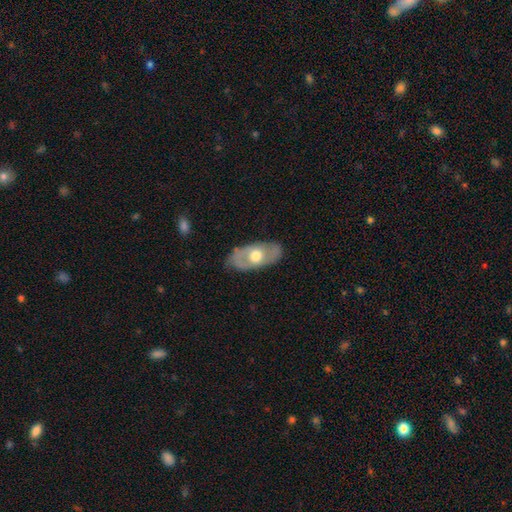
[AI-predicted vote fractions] A featured or disk galaxy (52%).

Vote fractions:
- Smooth or featured? featured or disk: 52% / smooth: 43% / star or artifact: 5%
- Edge-on disk? no: 83% / yes: 17%
- Merging? none: 78% / minor disturbance: 16% / major disturbance: 4% / merger: 1%